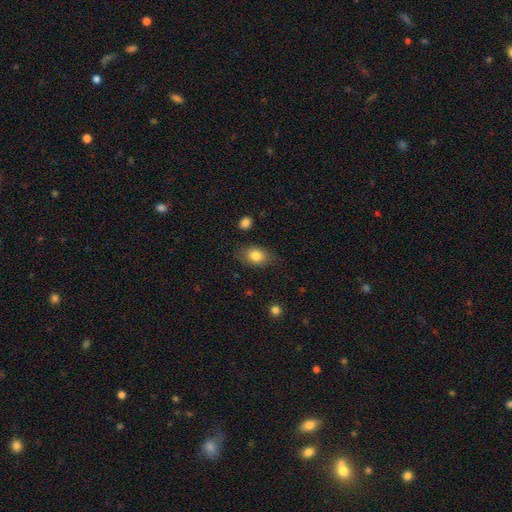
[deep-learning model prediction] A smooth galaxy with no disk features (81%) that is in between round and cigar-shaped (76%). Merging: none (78%).